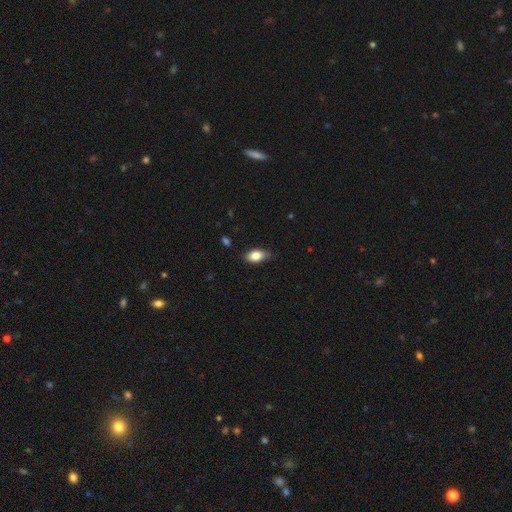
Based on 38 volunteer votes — Smooth or featured: smooth — 84% (featured or disk — 11%)
How rounded: in between — 94% (round — 3%)
Merging: none — 83% (minor disturbance — 14%)